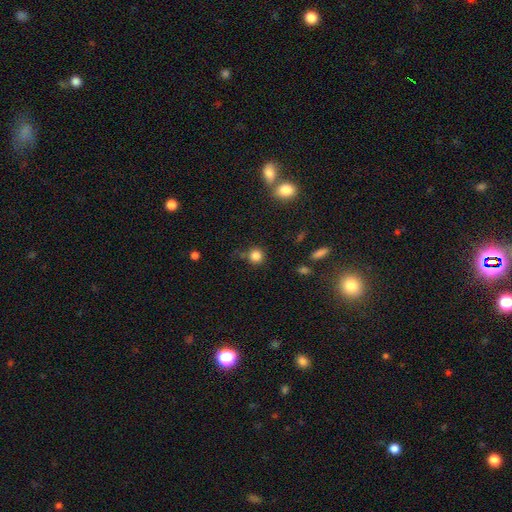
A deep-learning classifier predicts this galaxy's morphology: A smooth galaxy with no disk features (83%) that is round (91%).

Vote fractions:
- Smooth or featured? smooth: 83% / star or artifact: 13% / featured or disk: 5%
- How rounded? round: 91% / in between: 8% / cigar-shaped: 1%
- Merging? none: 77% / minor disturbance: 13% / merger: 6% / major disturbance: 4%